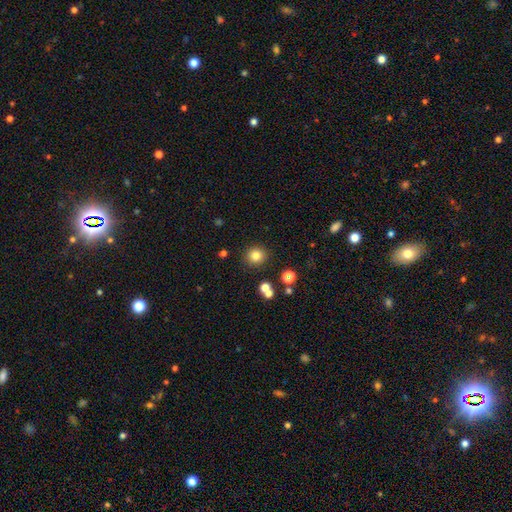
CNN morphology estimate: Smooth or featured: smooth — 81% (star or artifact — 13%)
How rounded: round — 89% (in between — 10%)
Merging: none — 88% (minor disturbance — 7%)